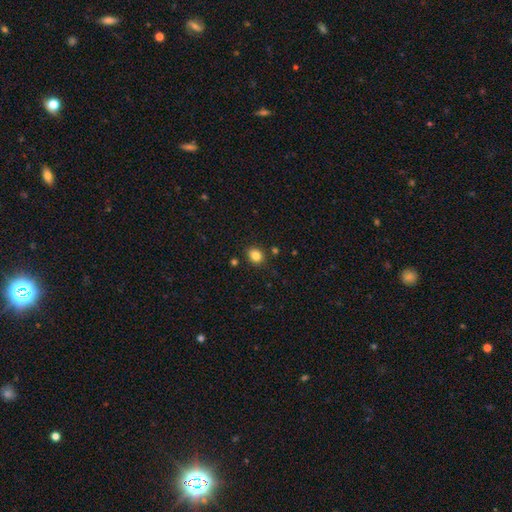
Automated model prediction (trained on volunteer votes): Smooth or featured: smooth — 84% (star or artifact — 11%)
How rounded: round — 56% (in between — 43%)
Merging: none — 86% (minor disturbance — 9%)